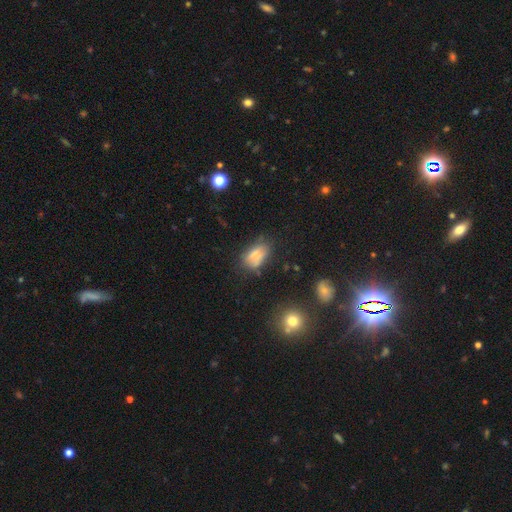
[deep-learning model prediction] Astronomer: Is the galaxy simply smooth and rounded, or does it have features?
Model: smooth — 74%.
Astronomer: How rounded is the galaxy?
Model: in between — 90%.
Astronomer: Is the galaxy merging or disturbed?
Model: none — 52% (runner-up: minor disturbance, 31%).